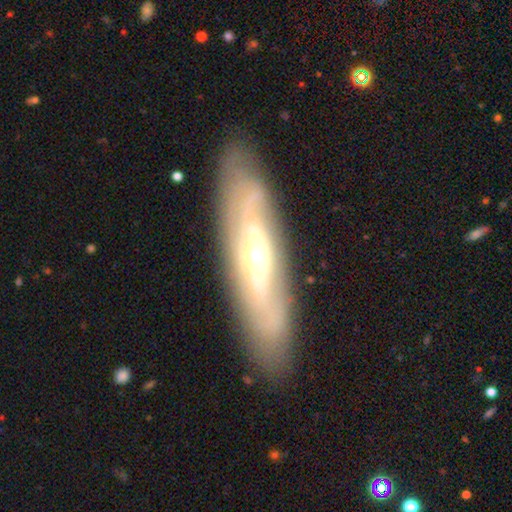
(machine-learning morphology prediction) smooth_or_featured: featured or disk (p=0.73) [alt: smooth p=0.20]
disk_edge_on: no (p=0.65) [alt: yes p=0.35]
merging: none (p=0.85) [alt: minor disturbance p=0.10]